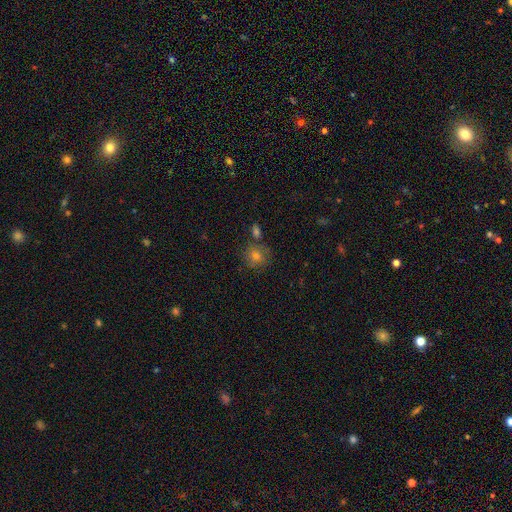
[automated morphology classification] type=smooth (75%); roundness=round (82%); merging=none (66%).